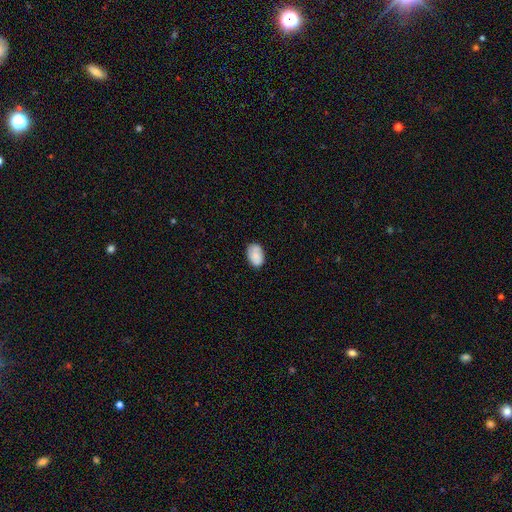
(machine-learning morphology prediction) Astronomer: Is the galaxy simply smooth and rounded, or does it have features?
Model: smooth — 82%.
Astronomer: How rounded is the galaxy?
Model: in between — 89%.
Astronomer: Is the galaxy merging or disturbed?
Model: none — 79%.